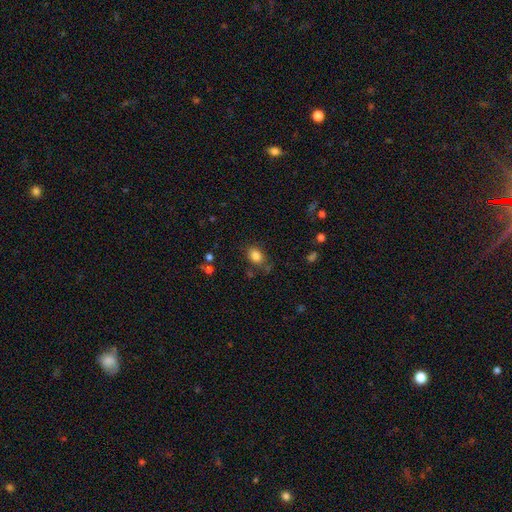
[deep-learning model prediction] Smooth or featured?
  - smooth: 84% *
  - star or artifact: 11%
  - featured or disk: 6%
How rounded?
  - in between: 74% *
  - round: 25%
  - cigar-shaped: 1%
Merging?
  - none: 74% *
  - minor disturbance: 17%
  - major disturbance: 6%
  - merger: 3%